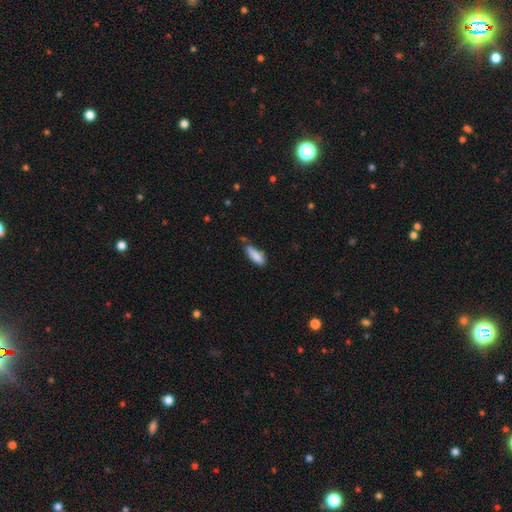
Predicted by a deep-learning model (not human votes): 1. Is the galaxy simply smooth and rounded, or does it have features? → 86% smooth, 7% featured or disk, 7% star or artifact.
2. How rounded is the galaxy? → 59% in between, 39% cigar-shaped, 2% round.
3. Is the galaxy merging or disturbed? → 60% none, 29% minor disturbance, 5% major disturbance, 5% merger.